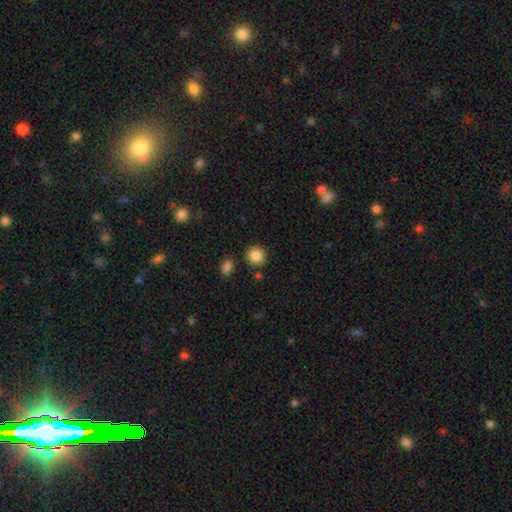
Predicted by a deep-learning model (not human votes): Smooth or featured: smooth — 87% (star or artifact — 9%)
How rounded: round — 91% (in between — 8%)
Merging: none — 86% (minor disturbance — 7%)